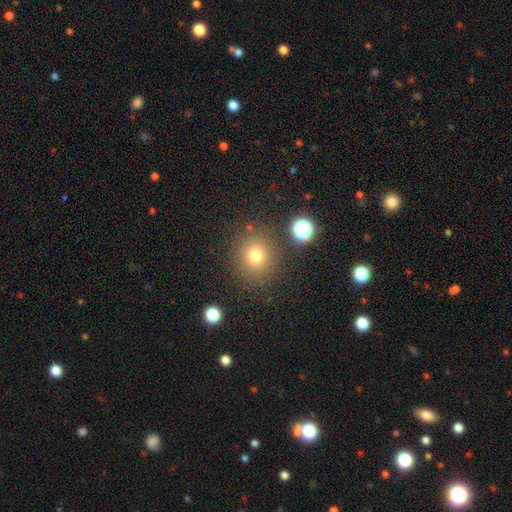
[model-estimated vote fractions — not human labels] Q: Smooth or featured?
A: smooth (74%); runner-up: star or artifact (17%)
Q: How rounded?
A: round (88%); runner-up: in between (11%)
Q: Merging?
A: none (85%); runner-up: minor disturbance (8%)